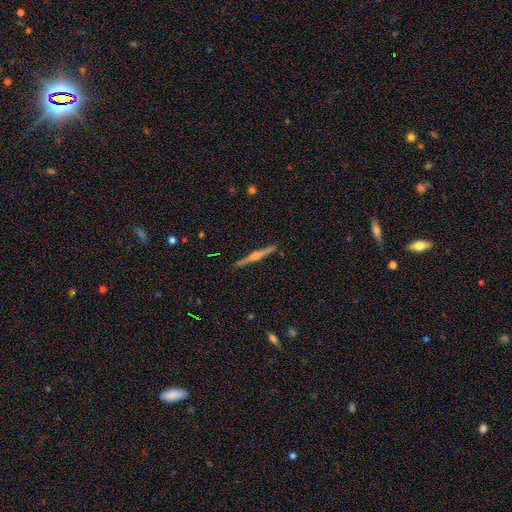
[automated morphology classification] Q: Smooth or featured?
A: featured or disk (77%); runner-up: smooth (17%)
Q: Edge-on disk?
A: yes (98%); runner-up: no (2%)
Q: Edge-on bulge?
A: rounded (78%); runner-up: boxy (13%)
Q: Merging?
A: none (91%); runner-up: minor disturbance (6%)